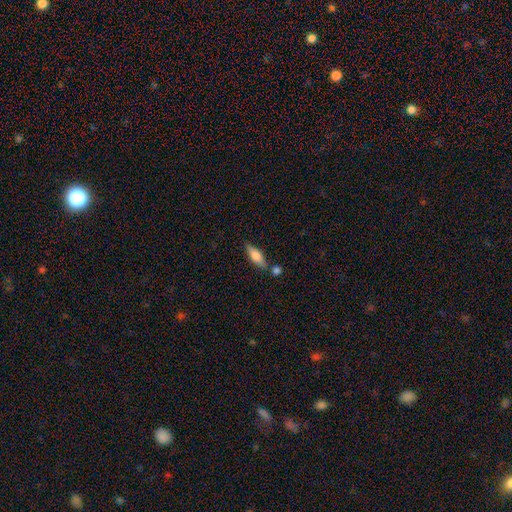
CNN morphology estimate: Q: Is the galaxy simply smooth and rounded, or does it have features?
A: smooth — 68%.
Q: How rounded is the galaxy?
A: in between — 55%.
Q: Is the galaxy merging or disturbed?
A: none — 70%.